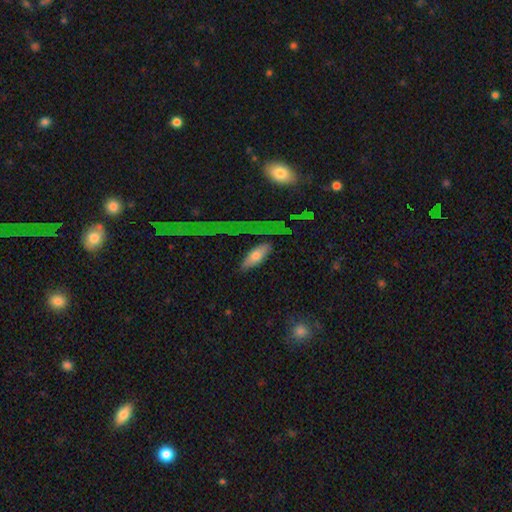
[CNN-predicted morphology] smooth_or_featured: smooth (p=0.62) [alt: featured or disk p=0.29]
how_rounded: in between (p=0.68) [alt: cigar-shaped p=0.28]
merging: none (p=0.72) [alt: minor disturbance p=0.17]